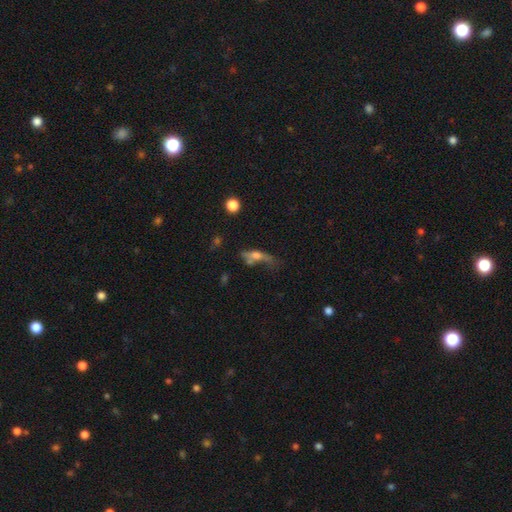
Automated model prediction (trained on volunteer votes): Smooth or featured? Predicted: smooth (p=0.48). Merging? Predicted: none (p=0.33).